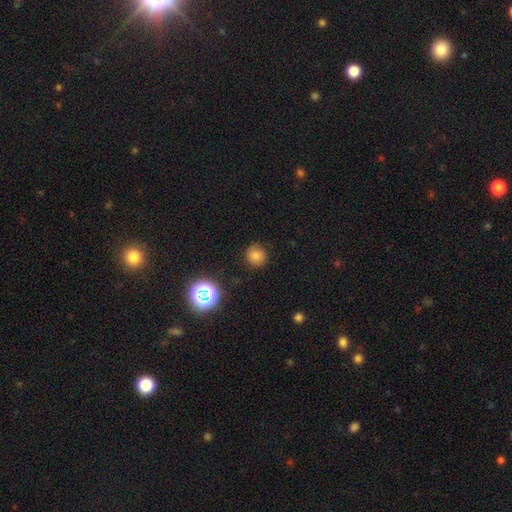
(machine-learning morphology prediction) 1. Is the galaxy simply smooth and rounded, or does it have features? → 77% smooth, 17% star or artifact, 6% featured or disk.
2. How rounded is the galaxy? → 91% round, 8% in between, 1% cigar-shaped.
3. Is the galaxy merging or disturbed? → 86% none, 9% minor disturbance, 3% major disturbance, 1% merger.